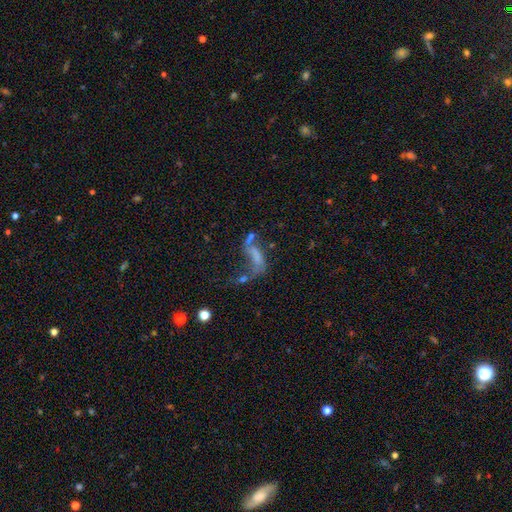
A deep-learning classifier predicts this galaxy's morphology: type=featured or disk (47%); merging=major disturbance (37%).